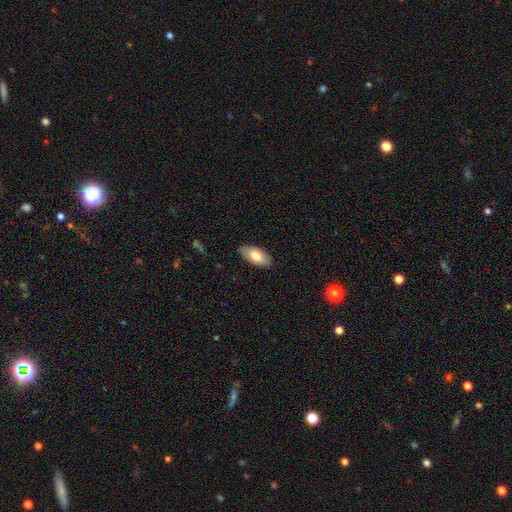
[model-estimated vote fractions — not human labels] smooth 76%, featured or disk 18%, star or artifact 6%. Down the decision tree: how rounded — in between (92%); merging — none (88%).